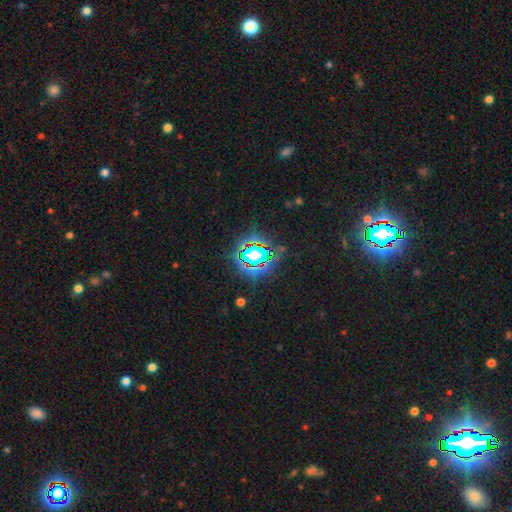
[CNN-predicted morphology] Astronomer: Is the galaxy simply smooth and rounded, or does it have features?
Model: star or artifact — 77%.